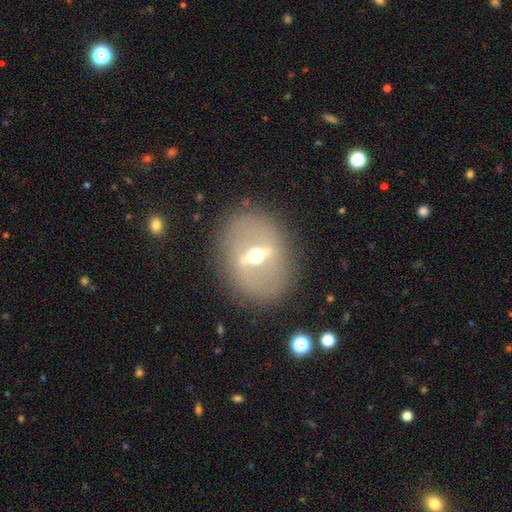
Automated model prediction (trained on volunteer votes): Smooth or featured: featured or disk — 76% (smooth — 17%)
Edge-on disk: no — 71% (yes — 29%)
Bar: strong — 72% (weak — 22%)
Spiral arms: no — 87% (yes — 13%)
Bulge size: moderate — 74% (small — 15%)
Merging: none — 85% (minor disturbance — 9%)